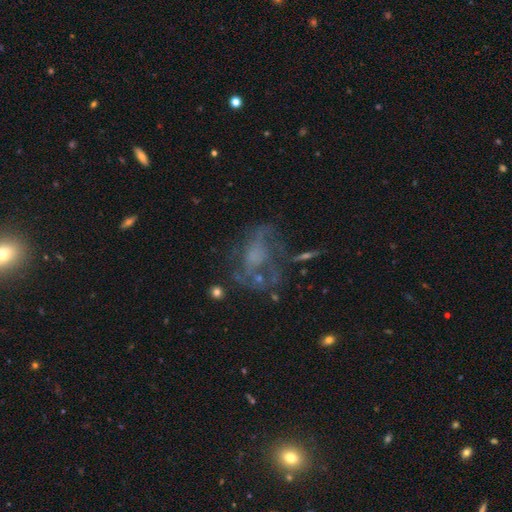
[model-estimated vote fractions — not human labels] Smooth or featured? featured or disk (61%)
Edge-on disk? no (96%)
Bar? no (77%)
Spiral arms? no (55%)
Bulge size? none (49%)
Merging? none (43%)